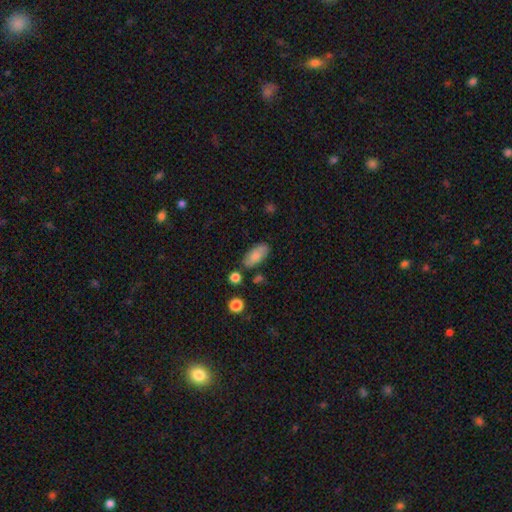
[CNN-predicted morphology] smooth-or-featured: smooth: 79% | featured or disk: 14% | star or artifact: 7%
  how-rounded: in between: 89% | cigar-shaped: 8% | round: 3%
  merging: none: 78% | minor disturbance: 15% | merger: 4% | major disturbance: 3%